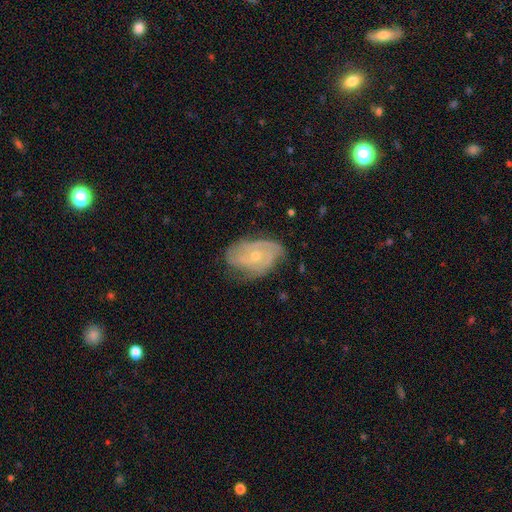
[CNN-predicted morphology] featured or disk 76%, smooth 17%, star or artifact 7%. Down the decision tree: edge-on disk — no (96%); bar — no (74%); spiral arms — yes (90%); spiral arm count — can't tell (30%); spiral winding — tight (52%); bulge size — small (62%); merging — none (63%).